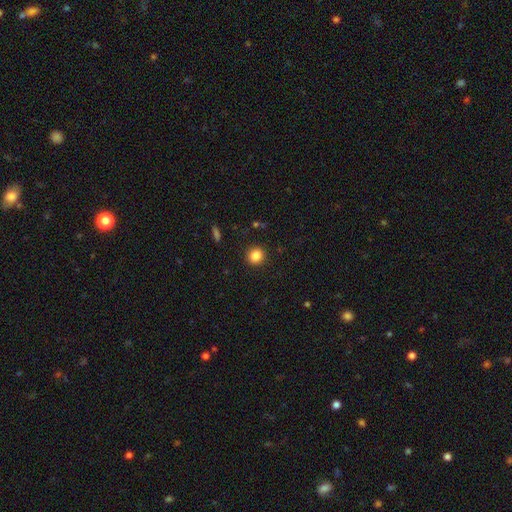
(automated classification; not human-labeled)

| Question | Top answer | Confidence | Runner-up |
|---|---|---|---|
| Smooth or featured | smooth | 85% | star or artifact (10%) |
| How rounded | round | 82% | in between (17%) |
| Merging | none | 90% | minor disturbance (6%) |